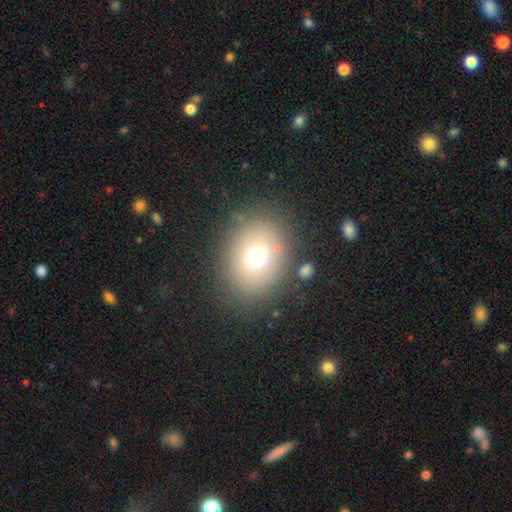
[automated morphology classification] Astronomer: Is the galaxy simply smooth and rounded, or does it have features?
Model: smooth — 70%.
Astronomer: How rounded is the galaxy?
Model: in between — 50% (runner-up: round, 49%).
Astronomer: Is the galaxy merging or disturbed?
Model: none — 84%.